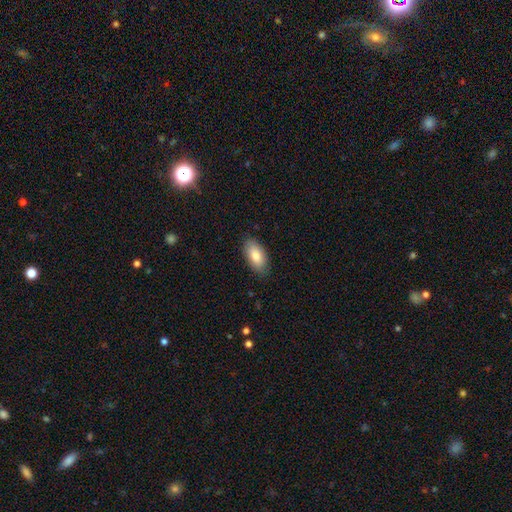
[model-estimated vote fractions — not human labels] This is clearly a smooth galaxy (84%). How rounded: clearly in between (92%). Merging: clearly none (85%).